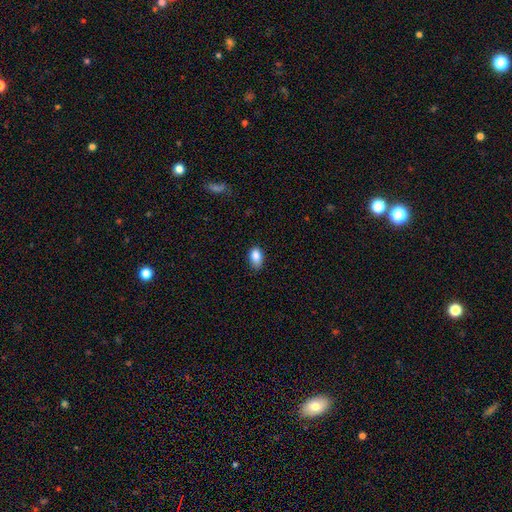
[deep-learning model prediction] smooth-or-featured: smooth: 86% | star or artifact: 8% | featured or disk: 6%
  how-rounded: in between: 90% | round: 8% | cigar-shaped: 2%
  merging: none: 73% | minor disturbance: 22% | major disturbance: 4% | merger: 1%